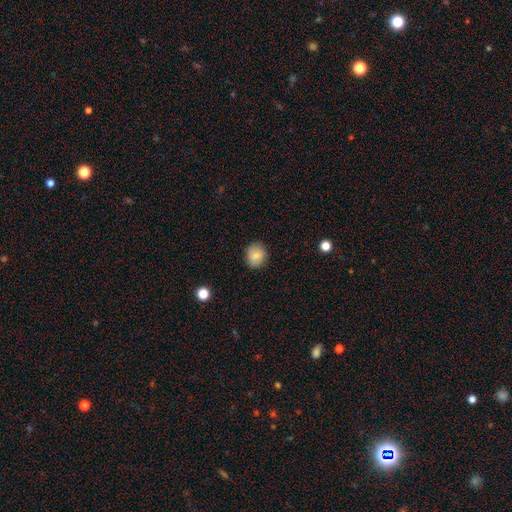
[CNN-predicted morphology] Smooth or featured? Predicted: smooth (p=0.81). How rounded? Predicted: round (p=0.76). Merging? Predicted: none (p=0.86).